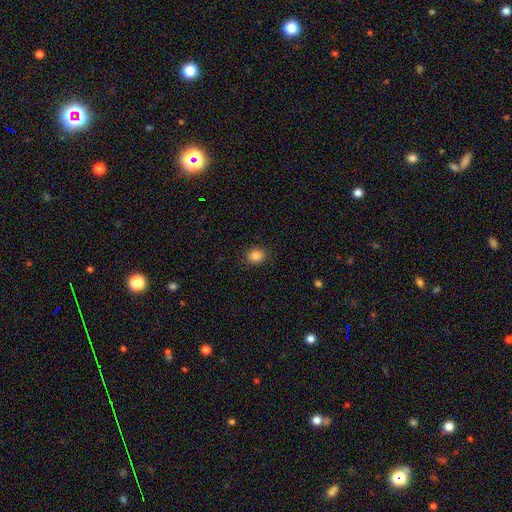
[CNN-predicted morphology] smooth_or_featured: smooth (p=0.86) [alt: star or artifact p=0.11]
how_rounded: round (p=0.60) [alt: in between p=0.39]
merging: none (p=0.88) [alt: minor disturbance p=0.08]